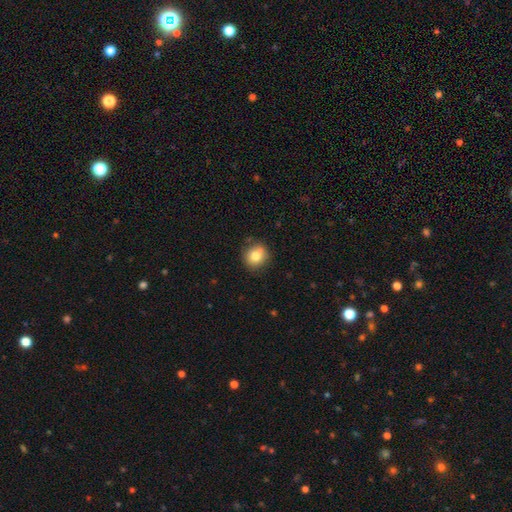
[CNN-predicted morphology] A smooth galaxy with no disk features (81%) that is round (83%). Merging: none (84%).